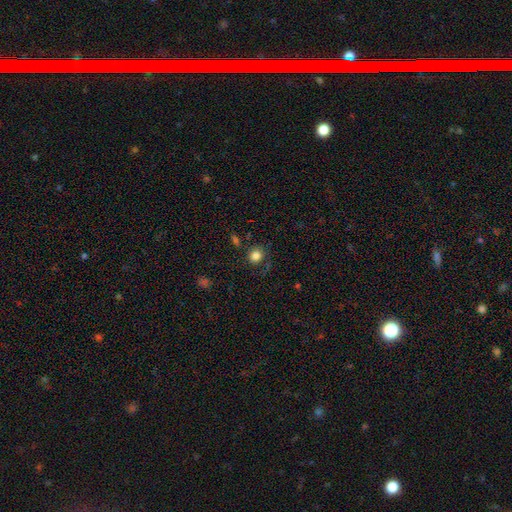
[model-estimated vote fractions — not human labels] Smooth or featured? Predicted: smooth (p=0.83). How rounded? Predicted: round (p=0.79). Merging? Predicted: none (p=0.76).